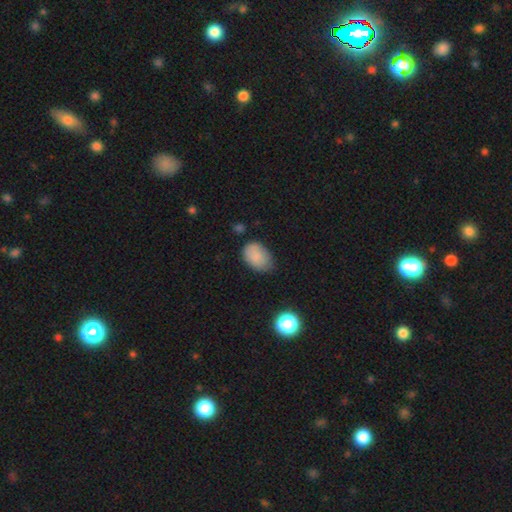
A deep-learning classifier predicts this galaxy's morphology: This is clearly a smooth galaxy (85%). How rounded: clearly in between (87%). Merging: likely none (61%).